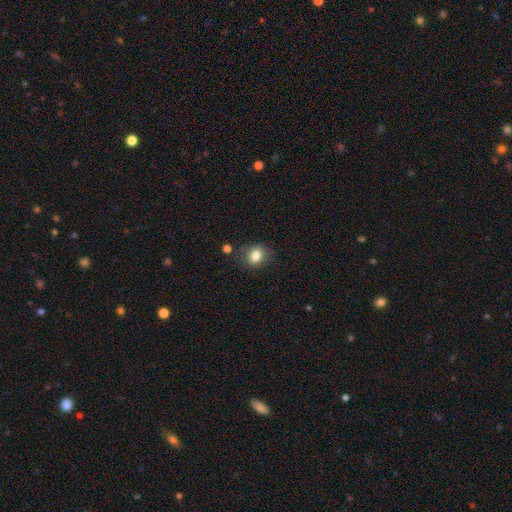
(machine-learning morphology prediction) Smooth or featured? Predicted: smooth (p=0.81). How rounded? Predicted: in between (p=0.50). Merging? Predicted: none (p=0.77).